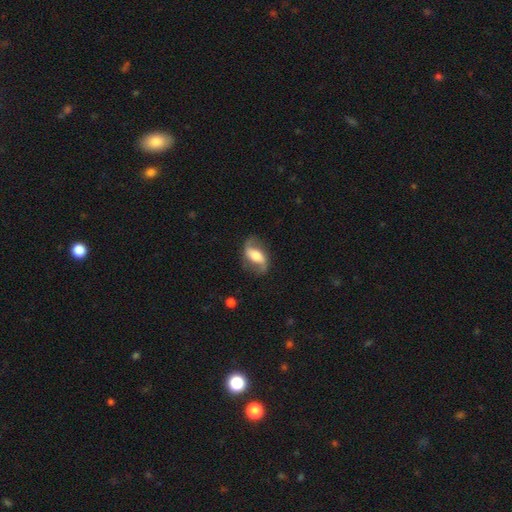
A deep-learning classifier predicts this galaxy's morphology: featured or disk 78%, smooth 16%, star or artifact 6%. Down the decision tree: edge-on disk — no (94%); bar — weak (35%); spiral arms — yes (92%); spiral arm count — 2 (92%); spiral winding — loose (64%); bulge size — moderate (53%); merging — none (77%).